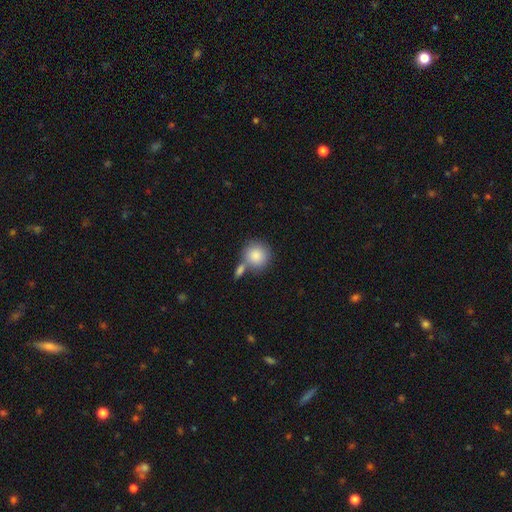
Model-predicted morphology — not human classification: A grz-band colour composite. It shows a smooth galaxy with no disk features (86%) that is round (90%). Merging: none (55%).